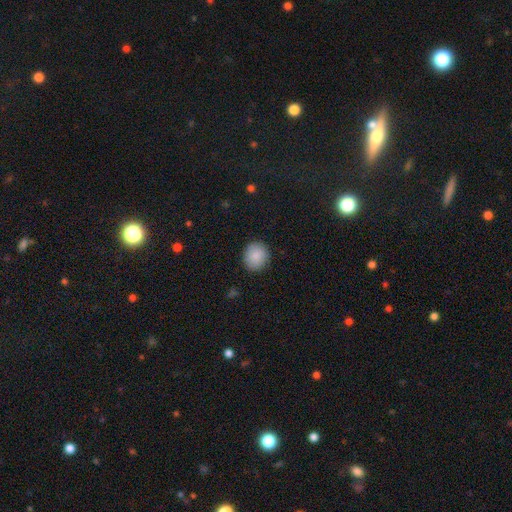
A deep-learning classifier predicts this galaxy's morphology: Overall: smooth (88%). How rounded: round (84%). Merging: none (89%).